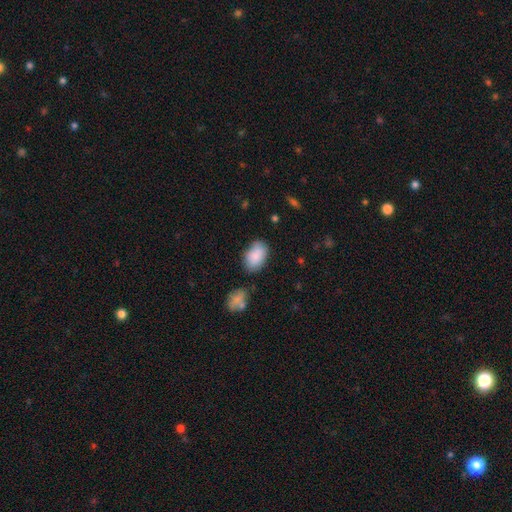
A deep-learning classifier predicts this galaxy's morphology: Smooth or featured: smooth — 87% (star or artifact — 7%)
How rounded: in between — 90% (round — 9%)
Merging: none — 72% (minor disturbance — 19%)